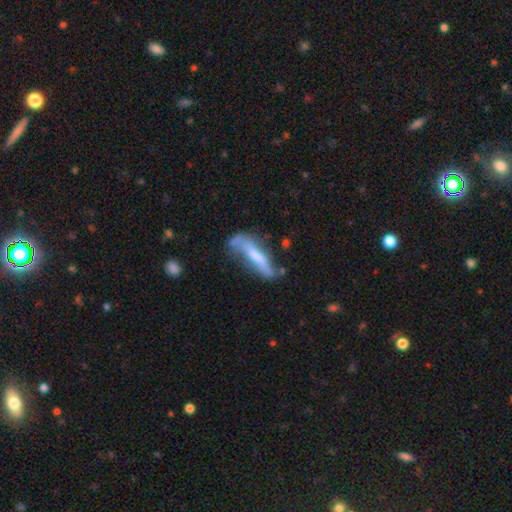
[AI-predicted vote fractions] Smooth or featured: featured or disk — 48% (smooth — 45%)
Merging: none — 40% (minor disturbance — 29%)